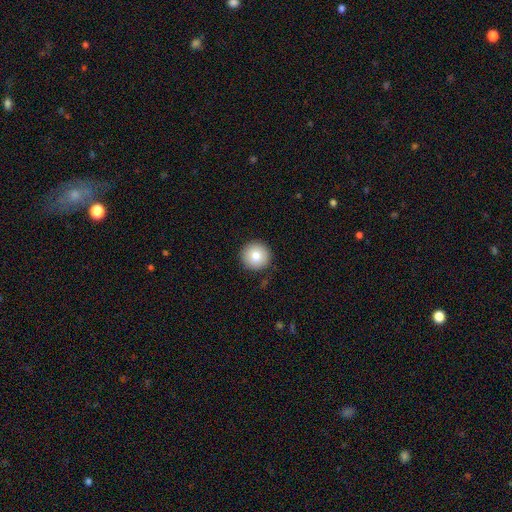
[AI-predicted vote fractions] smooth-or-featured: smooth: 82% | featured or disk: 10% | star or artifact: 9%
  how-rounded: round: 96% | in between: 3% | cigar-shaped: 1%
  merging: none: 90% | minor disturbance: 7% | major disturbance: 2% | merger: 1%